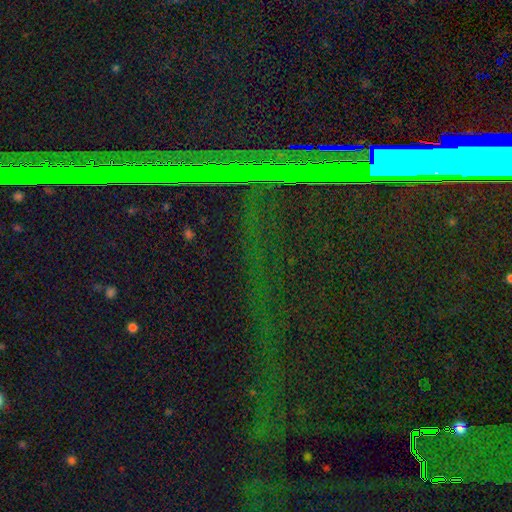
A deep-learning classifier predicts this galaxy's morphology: Smooth or featured? star or artifact (85%)